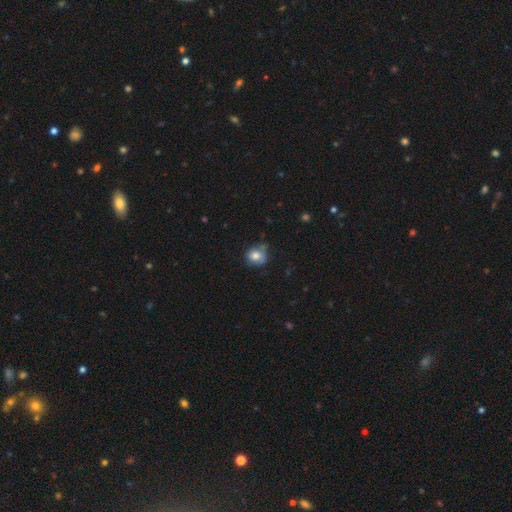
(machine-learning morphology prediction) smooth 76%, featured or disk 15%, star or artifact 10%. Down the decision tree: how rounded — round (75%); merging — none (55%).